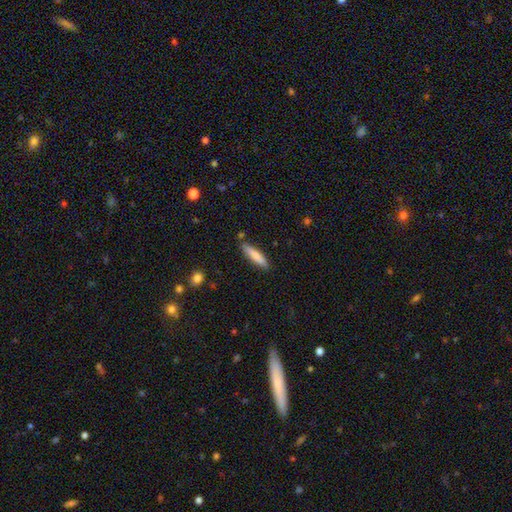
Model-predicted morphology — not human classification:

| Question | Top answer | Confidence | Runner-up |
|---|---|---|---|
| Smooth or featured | smooth | 76% | featured or disk (19%) |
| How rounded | cigar-shaped | 85% | in between (14%) |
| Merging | none | 84% | minor disturbance (11%) |